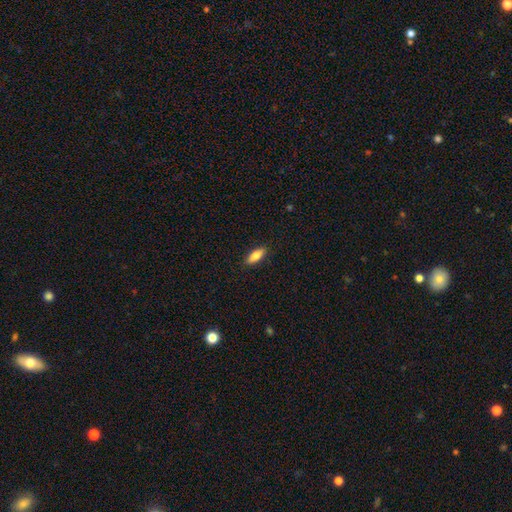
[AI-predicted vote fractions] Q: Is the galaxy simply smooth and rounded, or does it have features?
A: smooth — 77%.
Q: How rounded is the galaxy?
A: in between — 67%.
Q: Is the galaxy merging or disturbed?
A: none — 89%.